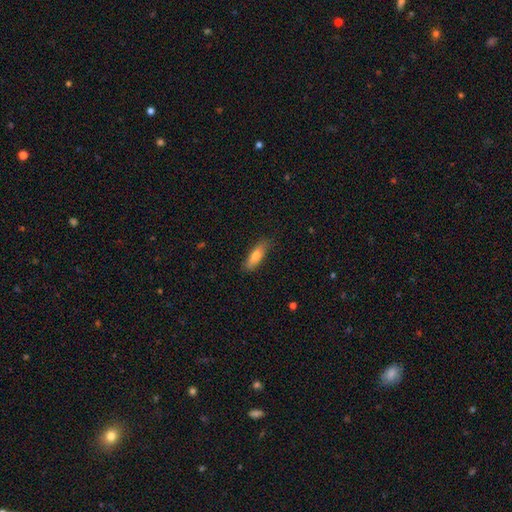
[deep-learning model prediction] Morphology: type=smooth (74%); roundness=cigar-shaped (49%, tied with in between); merging=none (83%).